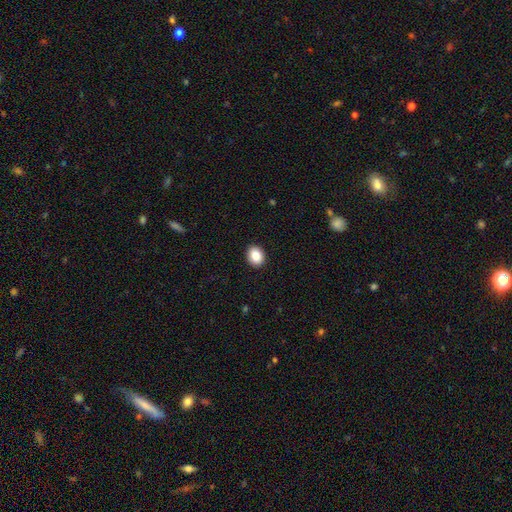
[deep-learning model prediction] Overall: smooth (85%). How rounded: round (50%, tied with in between). Merging: none (92%).